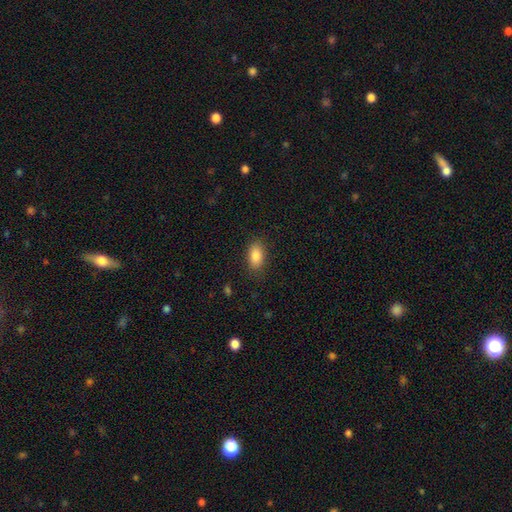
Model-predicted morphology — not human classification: A smooth galaxy with no disk features (87%) that is in between round and cigar-shaped (90%). Merging: none (86%).